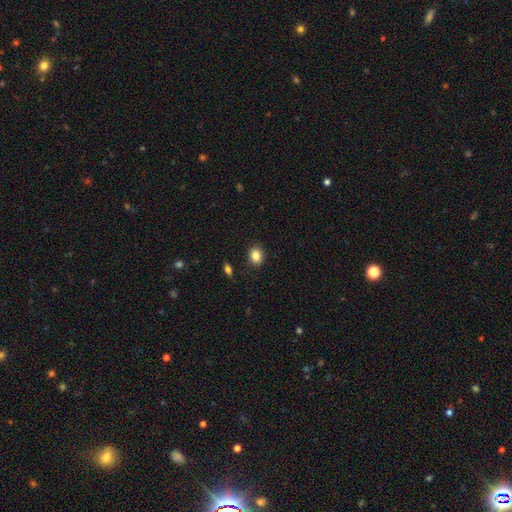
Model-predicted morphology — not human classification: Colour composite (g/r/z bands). It shows a smooth galaxy with no disk features (85%) that is round (53%). Merging: none (89%).